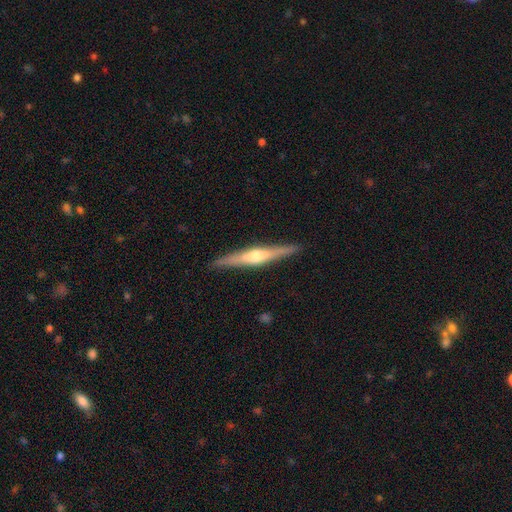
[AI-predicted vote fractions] Smooth or featured: featured or disk — 72% (smooth — 23%)
Edge-on disk: yes — 97% (no — 3%)
Edge-on bulge: rounded — 89% (none — 6%)
Merging: none — 90% (minor disturbance — 7%)